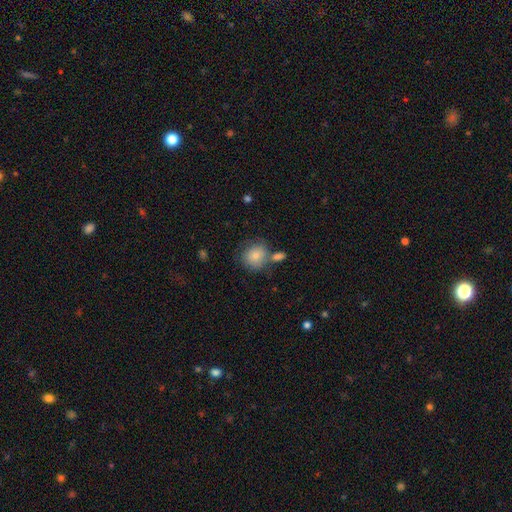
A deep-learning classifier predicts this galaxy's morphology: smooth_or_featured: smooth (p=0.79) [alt: featured or disk p=0.13]
how_rounded: round (p=0.78) [alt: in between p=0.21]
merging: none (p=0.54) [alt: merger p=0.23]